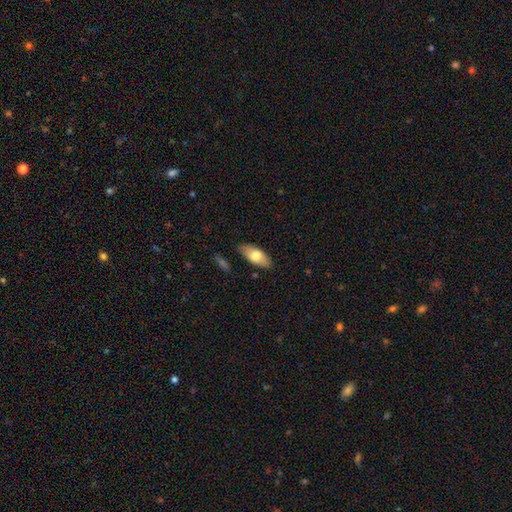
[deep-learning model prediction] A smooth galaxy with no disk features (68%) that is in between round and cigar-shaped (88%).

Vote fractions:
- Smooth or featured? smooth: 68% / featured or disk: 26% / star or artifact: 6%
- How rounded? in between: 88% / cigar-shaped: 10% / round: 3%
- Merging? none: 83% / minor disturbance: 13% / major disturbance: 2% / merger: 2%